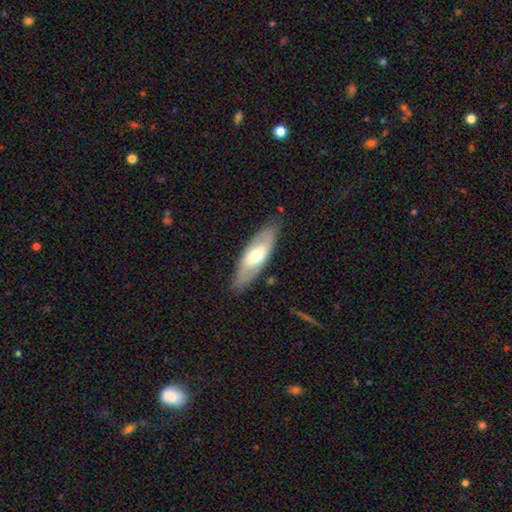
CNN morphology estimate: Q: Smooth or featured?
A: smooth (48%); runner-up: featured or disk (46%)
Q: Merging?
A: none (81%); runner-up: minor disturbance (14%)